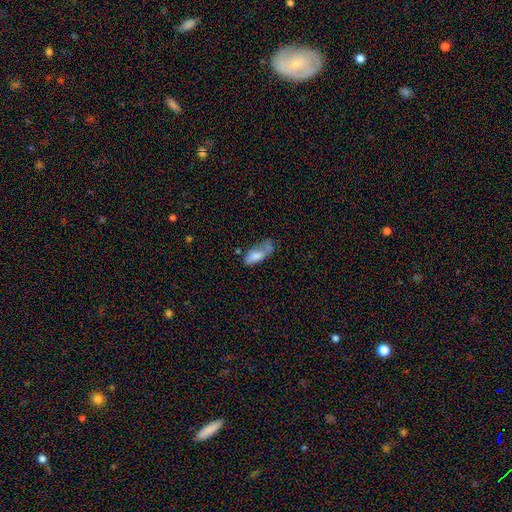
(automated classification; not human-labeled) Smooth or featured: smooth — 73% (featured or disk — 19%)
How rounded: in between — 79% (cigar-shaped — 18%)
Merging: none — 29% (minor disturbance — 27%)